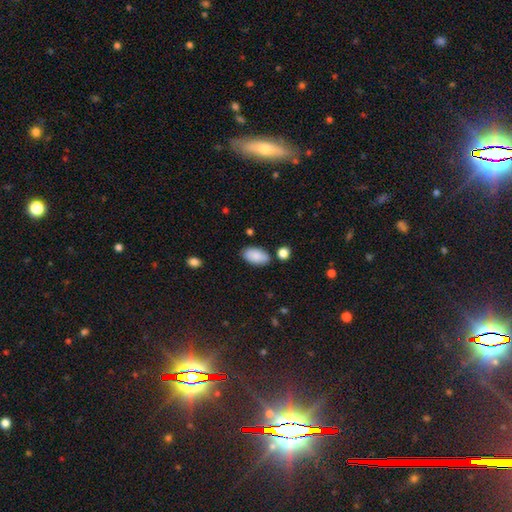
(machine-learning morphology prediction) Smooth or featured? Predicted: smooth (p=0.87). How rounded? Predicted: in between (p=0.95). Merging? Predicted: none (p=0.80).